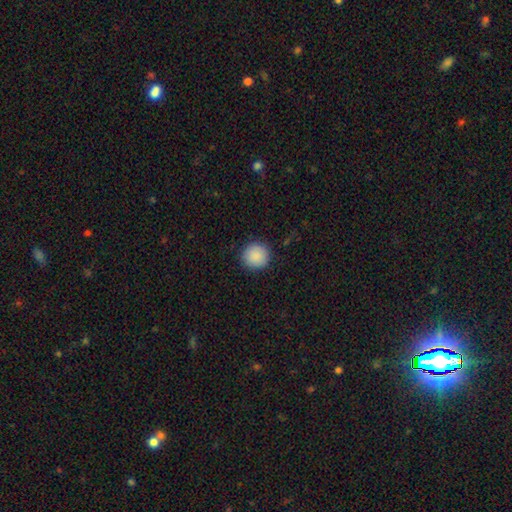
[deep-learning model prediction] smooth_or_featured: smooth (p=0.90) [alt: star or artifact p=0.08]
how_rounded: round (p=0.94) [alt: in between p=0.05]
merging: none (p=0.91) [alt: minor disturbance p=0.06]